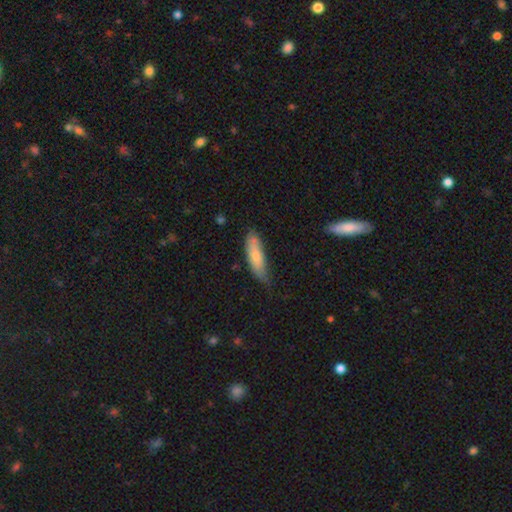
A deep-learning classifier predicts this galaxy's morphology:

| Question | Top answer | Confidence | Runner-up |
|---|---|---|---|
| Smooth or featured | smooth | 74% | featured or disk (20%) |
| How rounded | cigar-shaped | 52% | in between (46%) |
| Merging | none | 57% | minor disturbance (33%) |